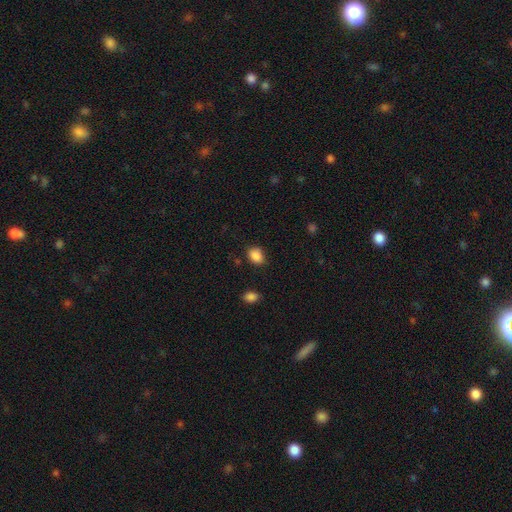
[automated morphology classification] smooth-or-featured: smooth: 87% | star or artifact: 9% | featured or disk: 4%
  how-rounded: in between: 67% | round: 32% | cigar-shaped: 1%
  merging: none: 79% | minor disturbance: 15% | major disturbance: 3% | merger: 2%